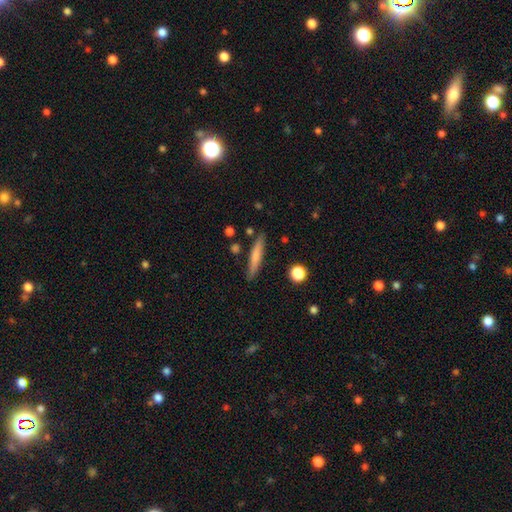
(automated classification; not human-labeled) The model was most divided on "smooth or featured": smooth: 67%, featured or disk: 27%, star or artifact: 6%. More confident: how rounded — cigar-shaped (92%); merging — none (86%).